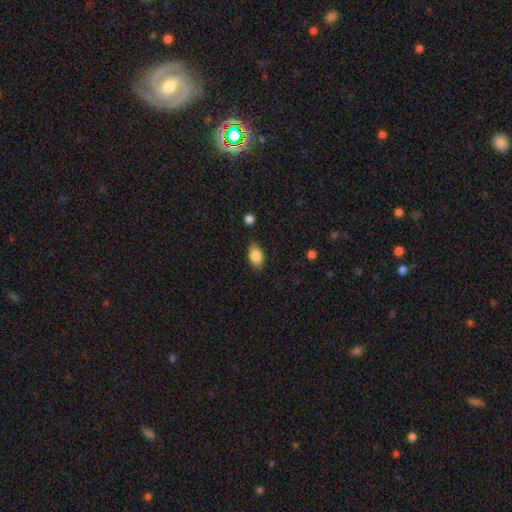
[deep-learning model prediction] Smooth or featured: smooth — 85% (featured or disk — 7%)
How rounded: in between — 89% (round — 8%)
Merging: none — 81% (minor disturbance — 14%)